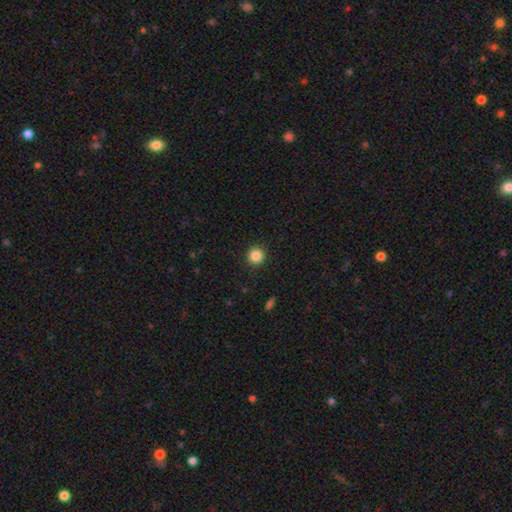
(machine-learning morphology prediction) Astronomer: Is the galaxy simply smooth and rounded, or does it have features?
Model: smooth — 85%.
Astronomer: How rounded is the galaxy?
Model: round — 95%.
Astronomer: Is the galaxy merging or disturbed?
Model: none — 93%.